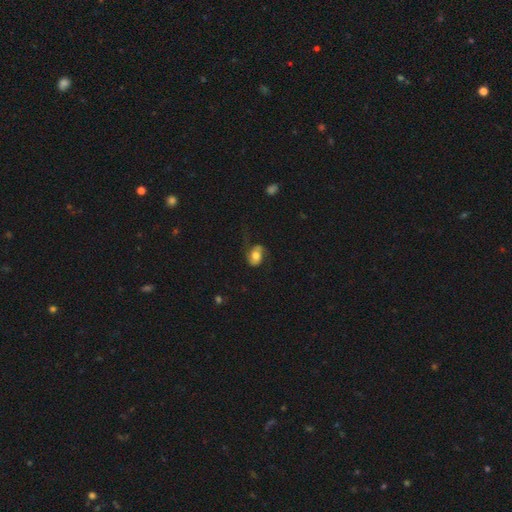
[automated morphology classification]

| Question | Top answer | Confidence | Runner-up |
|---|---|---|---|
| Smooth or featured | smooth | 54% | featured or disk (38%) |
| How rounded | in between | 75% | round (23%) |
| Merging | none | 51% | minor disturbance (26%) |